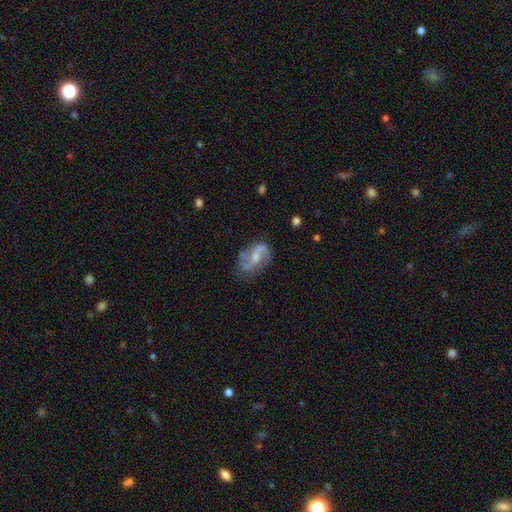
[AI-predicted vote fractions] Morphology: type=featured or disk (84%); edge-on=no (97%); bar=weak (44%); spiral arms=yes (94%); winding=loose (58%); arm count=2 (90%); bulge=moderate (45%); merging=none (69%).